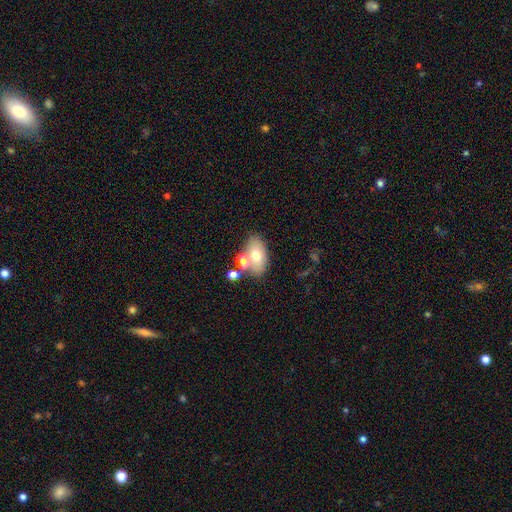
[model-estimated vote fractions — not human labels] This is likely a smooth galaxy (67%). How rounded: clearly in between (86%). Merging: possibly none (59%).